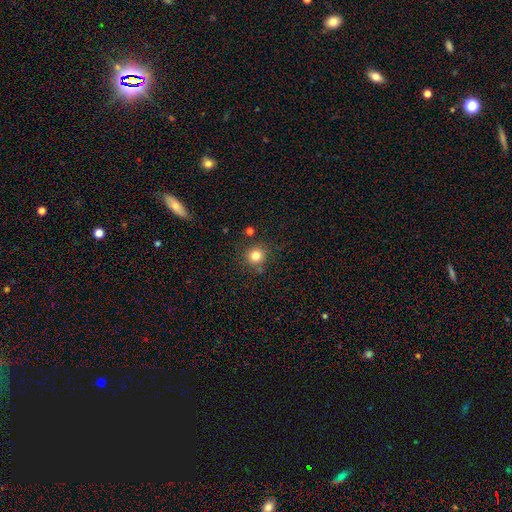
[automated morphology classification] smooth 81%, star or artifact 13%, featured or disk 6%. Down the decision tree: how rounded — round (90%); merging — none (82%).